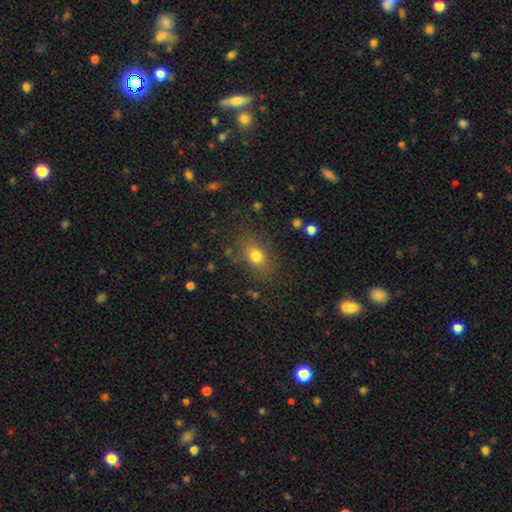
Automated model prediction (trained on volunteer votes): smooth 76%, star or artifact 13%, featured or disk 11%. Down the decision tree: how rounded — in between (66%); merging — none (79%).